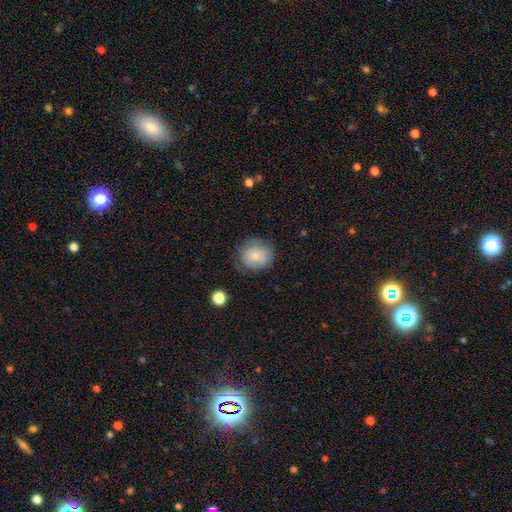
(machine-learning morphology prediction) This appears to be a smooth galaxy with no disk features (72%) that is round (79%). Merging: none (68%).